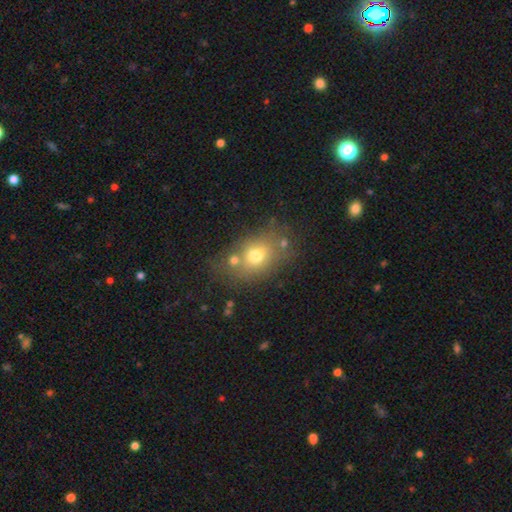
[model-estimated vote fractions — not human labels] A smooth galaxy with no disk features (67%) that is in between round and cigar-shaped (65%). Merging: none (59%).